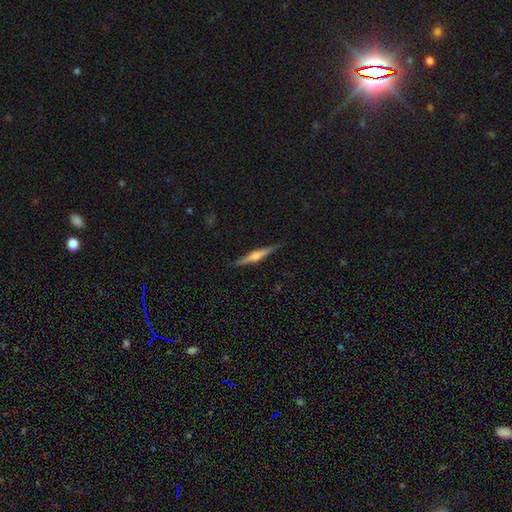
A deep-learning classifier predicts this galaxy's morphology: This is likely a featured or disk galaxy (64%). It is clearly viewed edge-on (98%). Edge-on bulge: clearly rounded (83%). Merging: clearly none (88%).